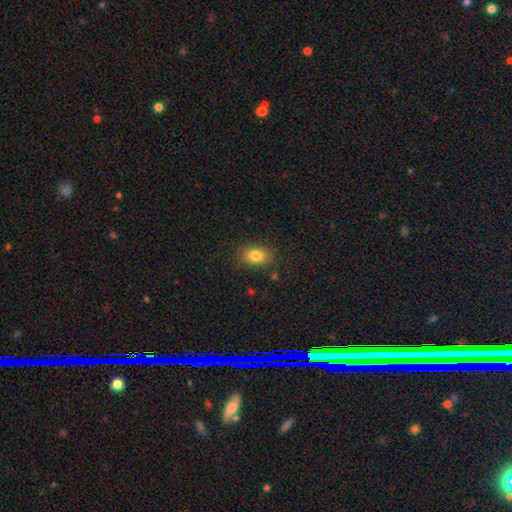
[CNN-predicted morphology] Smooth or featured? smooth (82%)
How rounded? in between (70%)
Merging? none (82%)